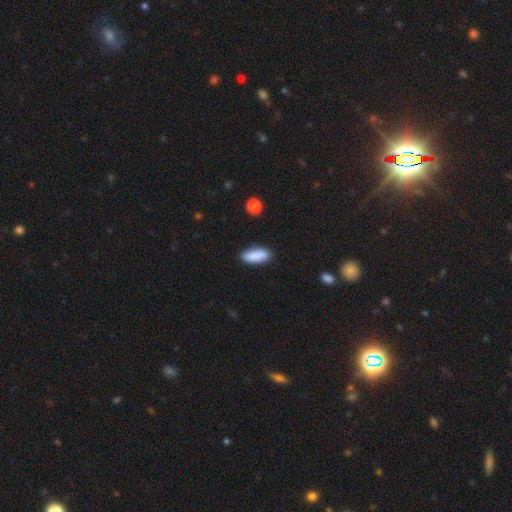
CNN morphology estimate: Smooth or featured? smooth (89%)
How rounded? in between (76%)
Merging? none (87%)